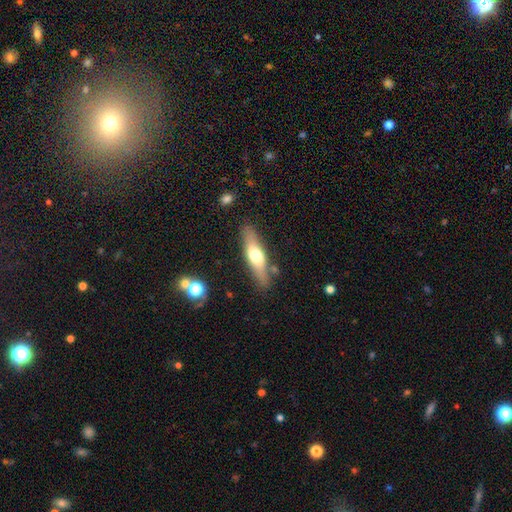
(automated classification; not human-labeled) The model was most divided on "smooth or featured": smooth: 51%, featured or disk: 44%, star or artifact: 6%. More confident: merging — none (82%); how rounded — cigar-shaped (65%).